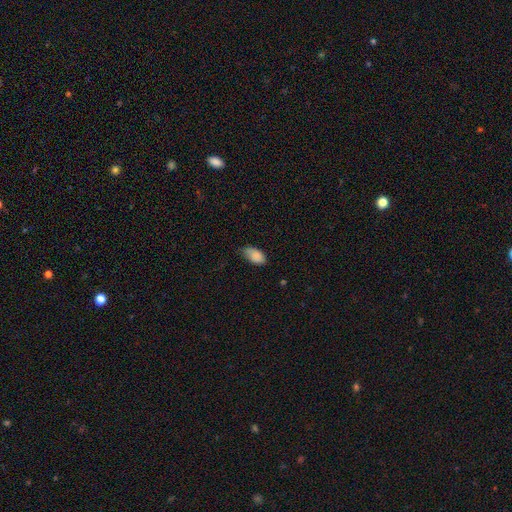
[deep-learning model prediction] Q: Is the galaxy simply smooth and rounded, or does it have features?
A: smooth — 83%.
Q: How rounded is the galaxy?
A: in between — 93%.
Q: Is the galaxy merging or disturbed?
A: none — 51%.